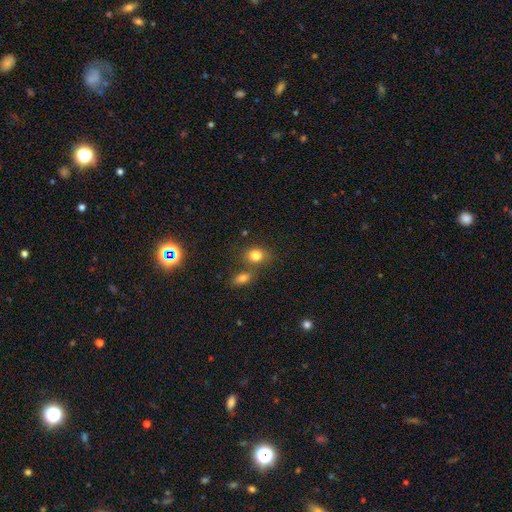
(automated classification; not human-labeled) smooth-or-featured: smooth: 81% | star or artifact: 12% | featured or disk: 8%
  how-rounded: round: 57% | in between: 42% | cigar-shaped: 1%
  merging: none: 58% | merger: 24% | minor disturbance: 13% | major disturbance: 5%